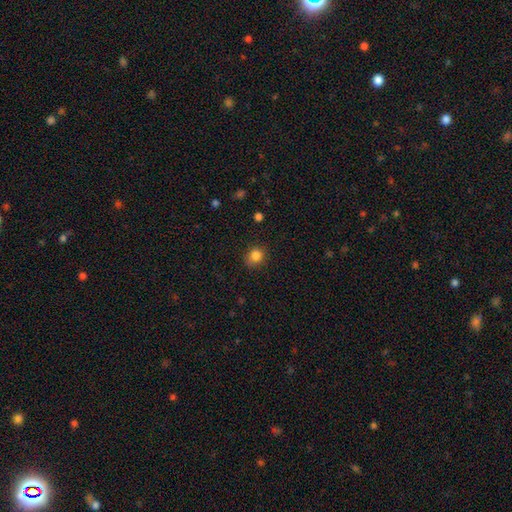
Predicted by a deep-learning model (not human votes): This appears to be a smooth galaxy with no disk features (84%) that is round (75%). Merging: none (81%).